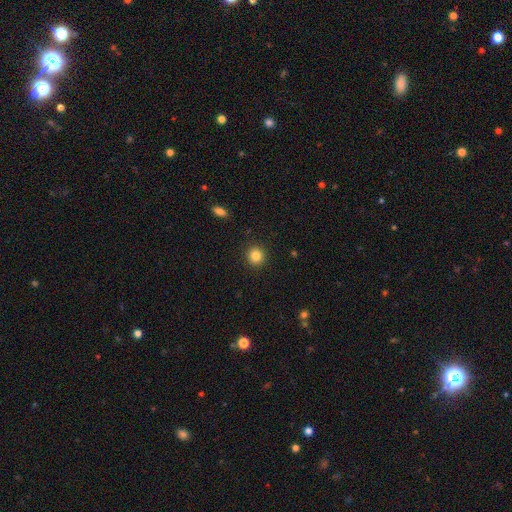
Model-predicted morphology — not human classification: Smooth or featured? smooth (84%)
How rounded? round (93%)
Merging? none (92%)